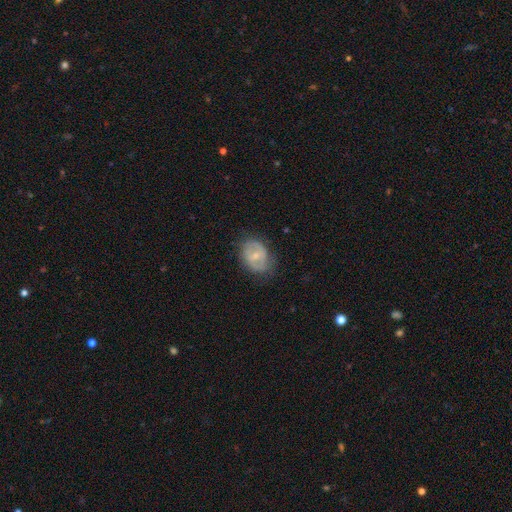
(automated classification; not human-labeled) Q: Smooth or featured?
A: featured or disk (55%); runner-up: smooth (39%)
Q: Edge-on disk?
A: no (96%); runner-up: yes (4%)
Q: Bar?
A: weak (44%); runner-up: no (41%)
Q: Spiral arms?
A: yes (53%); runner-up: no (47%)
Q: Bulge size?
A: moderate (48%); runner-up: small (46%)
Q: Merging?
A: none (68%); runner-up: minor disturbance (22%)